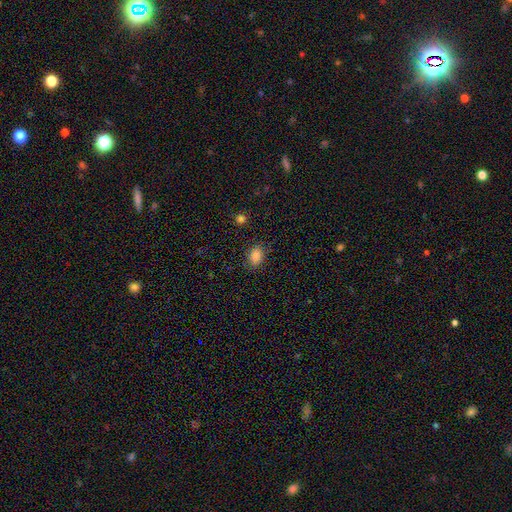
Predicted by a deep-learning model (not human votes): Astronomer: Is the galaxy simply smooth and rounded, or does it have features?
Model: smooth — 85%.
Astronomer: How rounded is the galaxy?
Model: in between — 76%.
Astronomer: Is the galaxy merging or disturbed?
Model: none — 82%.